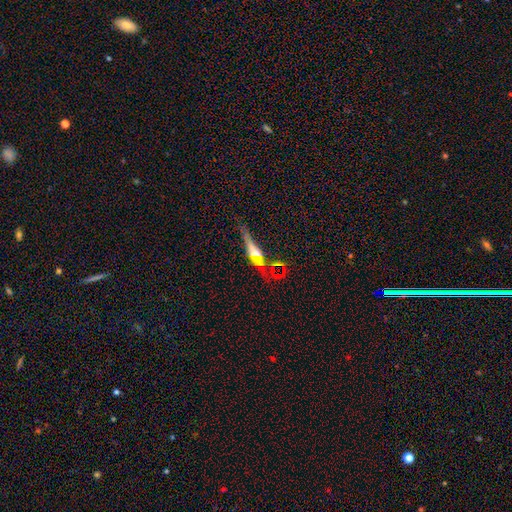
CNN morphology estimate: featured or disk 53%, smooth 31%, star or artifact 16%. Down the decision tree: edge-on disk — yes (85%); merging — none (68%).